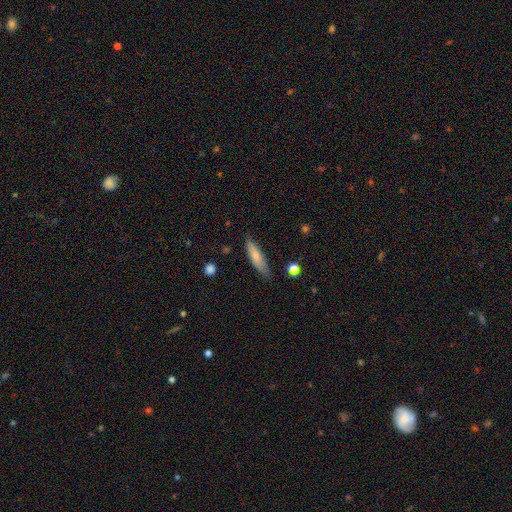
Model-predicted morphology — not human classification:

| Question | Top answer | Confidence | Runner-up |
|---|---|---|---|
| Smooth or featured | smooth | 72% | featured or disk (21%) |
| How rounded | cigar-shaped | 70% | in between (29%) |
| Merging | none | 78% | minor disturbance (17%) |